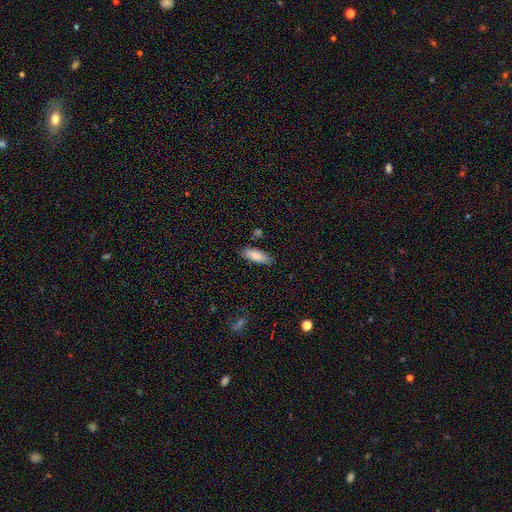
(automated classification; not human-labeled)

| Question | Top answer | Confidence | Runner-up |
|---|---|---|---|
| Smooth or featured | smooth | 86% | featured or disk (8%) |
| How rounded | in between | 65% | cigar-shaped (34%) |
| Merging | none | 81% | minor disturbance (13%) |